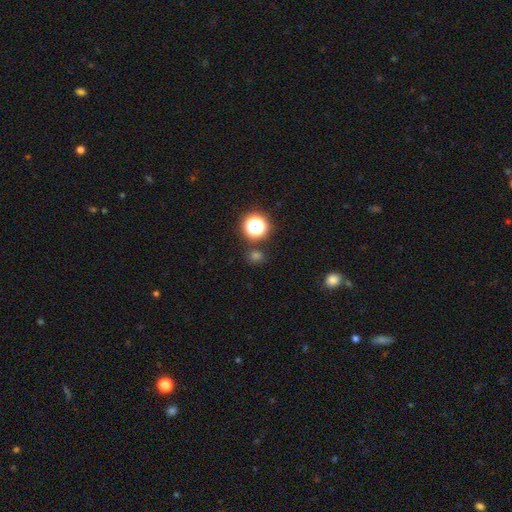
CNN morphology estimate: smooth 58%, star or artifact 37%, featured or disk 6%. Down the decision tree: how rounded — round (85%); merging — none (81%).